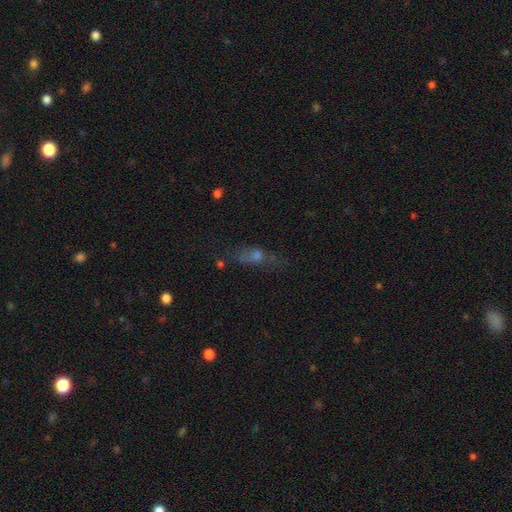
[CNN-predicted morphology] A smooth galaxy with no disk features (47%).

Vote fractions:
- Smooth or featured? smooth: 47% / featured or disk: 29% / star or artifact: 24%
- Merging? none: 56% / minor disturbance: 22% / major disturbance: 16% / merger: 6%